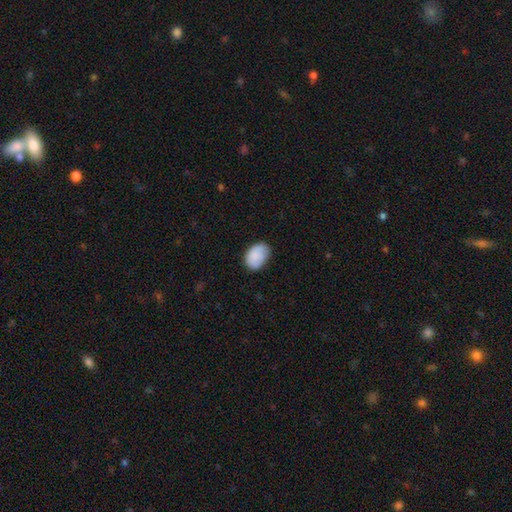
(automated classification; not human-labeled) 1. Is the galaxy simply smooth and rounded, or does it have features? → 87% smooth, 7% star or artifact, 6% featured or disk.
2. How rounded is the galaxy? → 85% in between, 14% round, 1% cigar-shaped.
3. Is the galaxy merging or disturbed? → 70% none, 24% minor disturbance, 4% major disturbance, 1% merger.